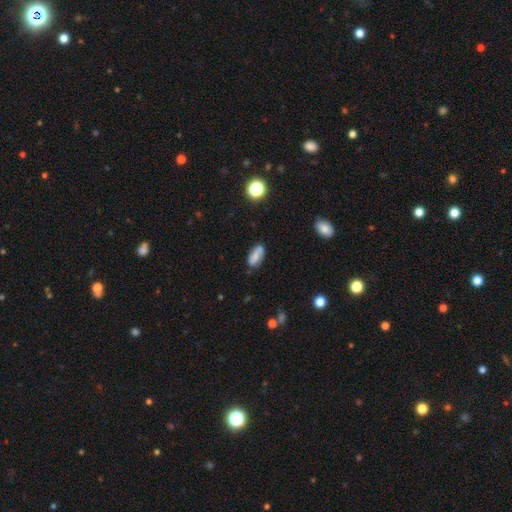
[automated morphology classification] smooth_or_featured: smooth (p=0.62) [alt: featured or disk p=0.28]
how_rounded: in between (p=0.84) [alt: cigar-shaped p=0.12]
merging: none (p=0.71) [alt: minor disturbance p=0.19]